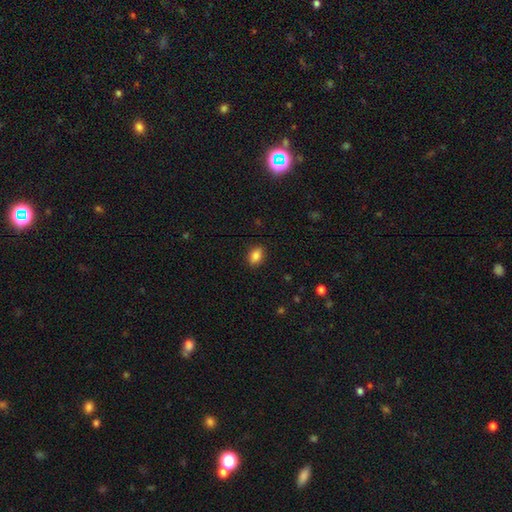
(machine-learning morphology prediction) Smooth or featured: smooth — 85% (star or artifact — 9%)
How rounded: in between — 82% (round — 16%)
Merging: none — 88% (minor disturbance — 9%)